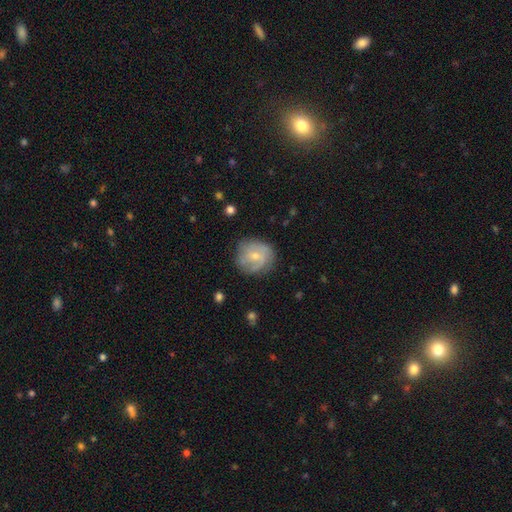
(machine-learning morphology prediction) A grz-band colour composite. It shows a featured or disk galaxy (57%) with no bar (63%), spiral arms (78%) and a small central bulge (53%). Merging: none (72%).